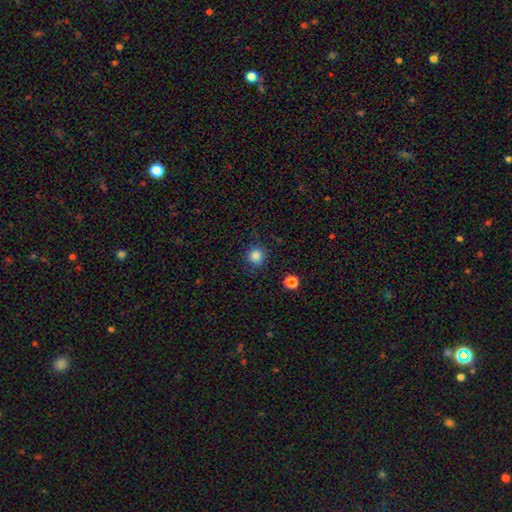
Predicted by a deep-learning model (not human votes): The model was most divided on "smooth or featured": smooth: 84%, star or artifact: 12%, featured or disk: 4%. More confident: how rounded — round (91%); merging — none (87%).